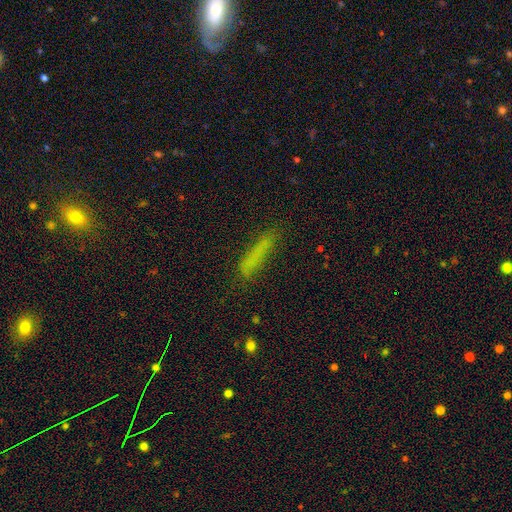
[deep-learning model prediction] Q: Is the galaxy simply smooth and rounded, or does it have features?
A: smooth — 73%.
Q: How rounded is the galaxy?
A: cigar-shaped — 89%.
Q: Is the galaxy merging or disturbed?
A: none — 79%.